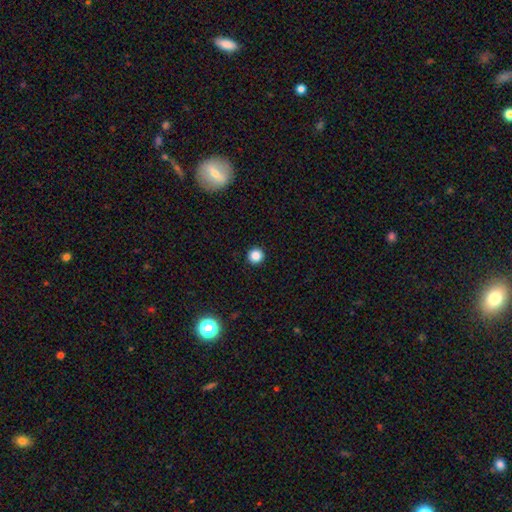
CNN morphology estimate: Smooth or featured: smooth — 86% (star or artifact — 11%)
How rounded: round — 96% (in between — 3%)
Merging: none — 93% (minor disturbance — 4%)